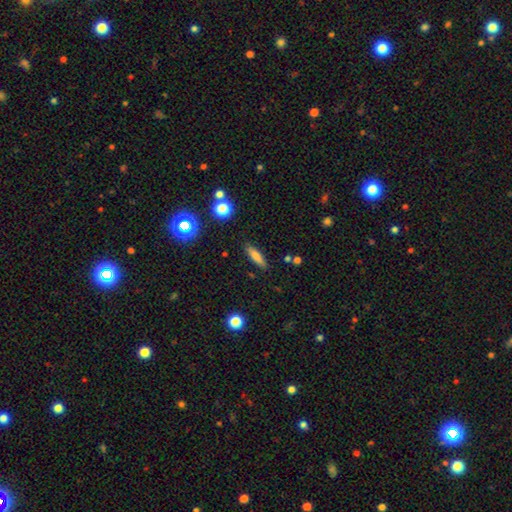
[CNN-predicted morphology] Q: Smooth or featured?
A: smooth (72%); runner-up: featured or disk (17%)
Q: How rounded?
A: cigar-shaped (66%); runner-up: in between (31%)
Q: Merging?
A: none (87%); runner-up: minor disturbance (9%)